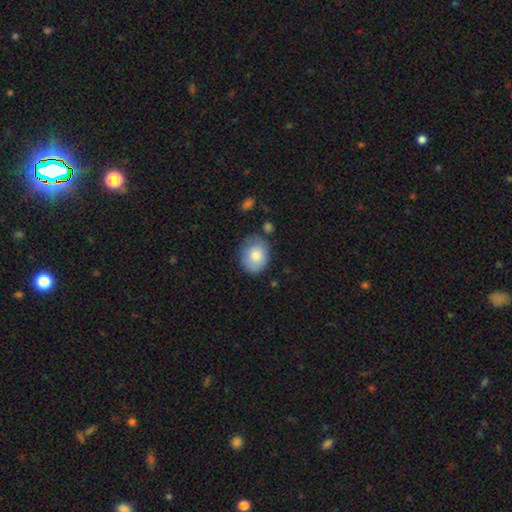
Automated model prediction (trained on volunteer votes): smooth-or-featured: smooth: 80% | featured or disk: 13% | star or artifact: 7%
  how-rounded: round: 51% | in between: 48% | cigar-shaped: 1%
  merging: none: 67% | minor disturbance: 23% | major disturbance: 6% | merger: 4%